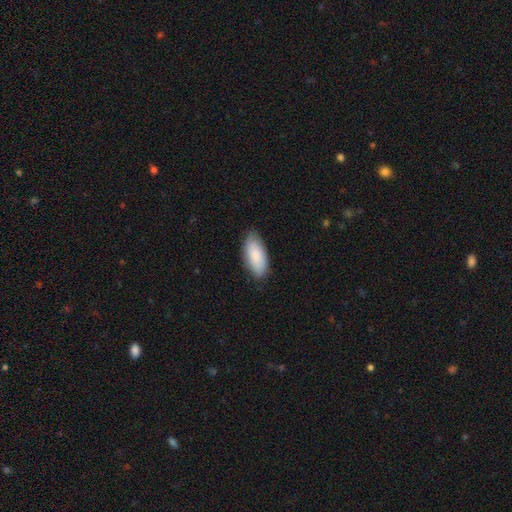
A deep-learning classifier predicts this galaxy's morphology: smooth-or-featured: smooth: 86% | featured or disk: 9% | star or artifact: 5%
  how-rounded: in between: 88% | cigar-shaped: 10% | round: 2%
  merging: none: 82% | minor disturbance: 15% | major disturbance: 2% | merger: 1%